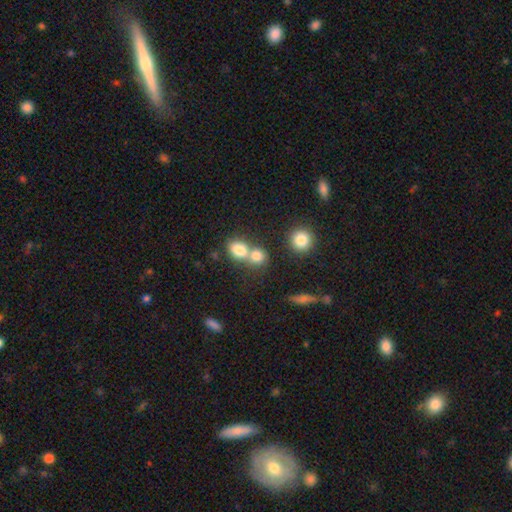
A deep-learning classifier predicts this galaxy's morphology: Smooth or featured: smooth — 79% (star or artifact — 11%)
How rounded: round — 60% (in between — 38%)
Merging: merger — 56% (none — 34%)